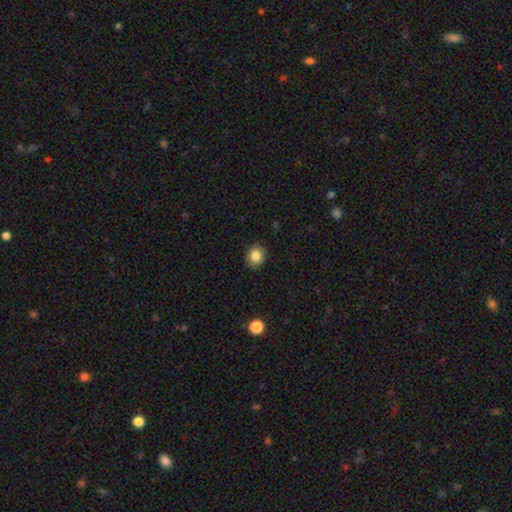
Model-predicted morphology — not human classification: A smooth galaxy with no disk features (84%) that is round (65%). Merging: none (87%).